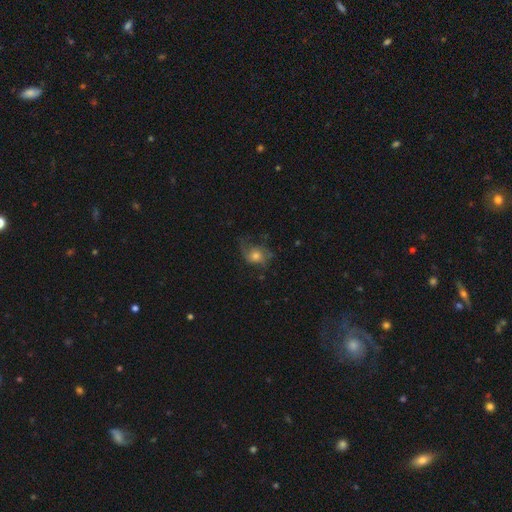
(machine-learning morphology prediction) Smooth or featured? Predicted: featured or disk (p=0.46). Merging? Predicted: none (p=0.47).